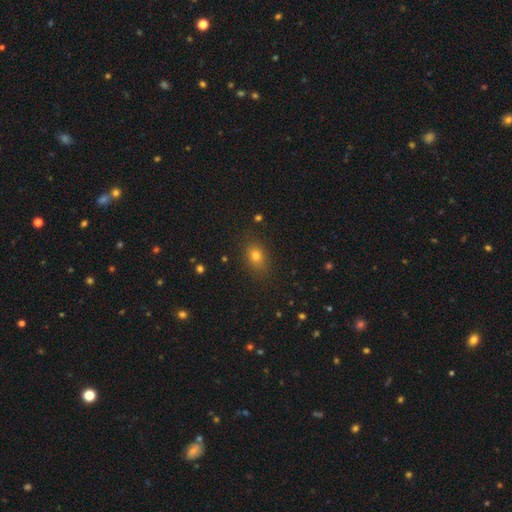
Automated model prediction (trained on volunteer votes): Overall: smooth (76%). How rounded: in between (69%; round 29%). Merging: none (84%).